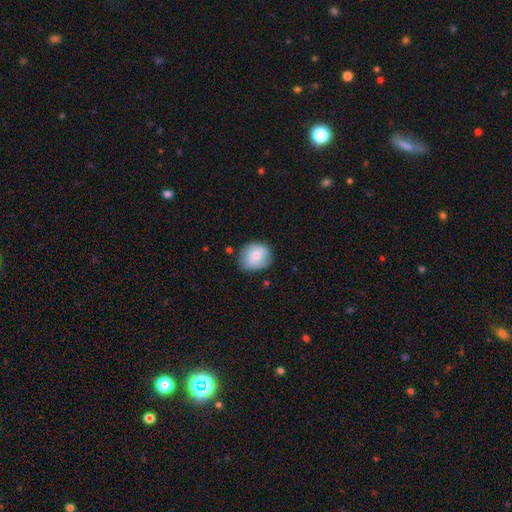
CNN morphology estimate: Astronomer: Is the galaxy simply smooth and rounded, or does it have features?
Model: smooth — 72%.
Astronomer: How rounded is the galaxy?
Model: round — 70%.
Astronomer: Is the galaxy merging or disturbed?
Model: none — 69%.